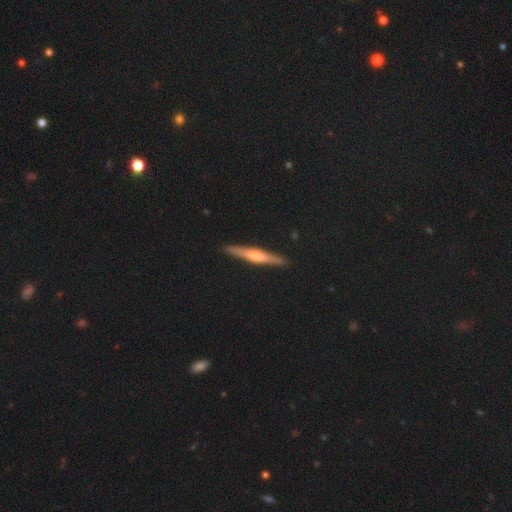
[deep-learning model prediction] The model was most divided on "edge-on bulge": rounded: 54%, boxy: 28%, none: 18%. More confident: edge-on disk — yes (96%); merging — none (90%); smooth or featured — featured or disk (60%).